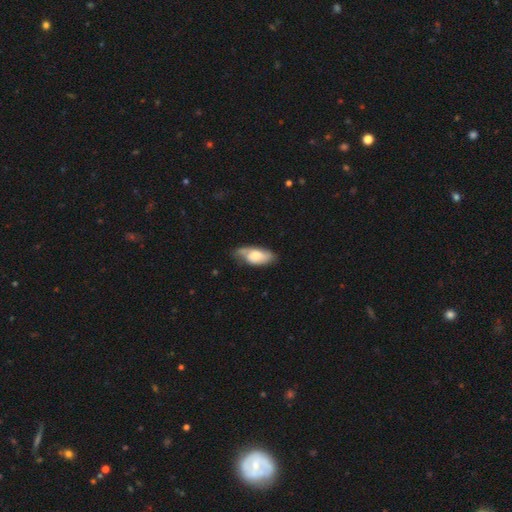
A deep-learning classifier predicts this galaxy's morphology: type=smooth (57%); roundness=in between (87%); merging=none (53%).